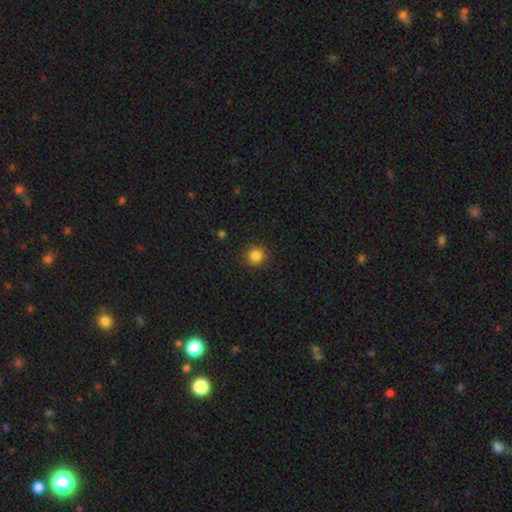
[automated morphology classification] This appears to be a smooth galaxy with no disk features (85%) that is round (93%). Merging: none (90%).